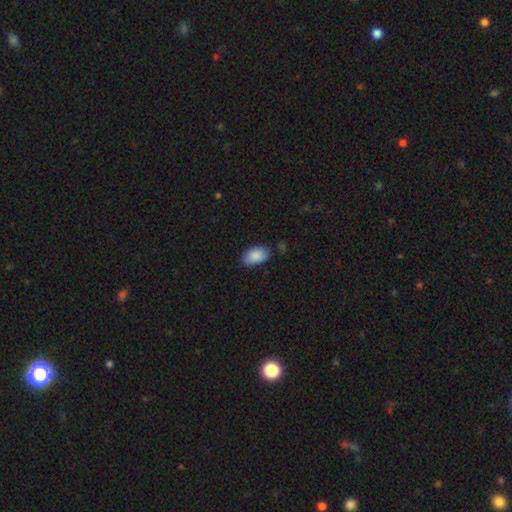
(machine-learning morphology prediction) The model was most divided on "merging": none: 74%, minor disturbance: 21%, major disturbance: 4%, merger: 2%. More confident: how rounded — in between (93%); smooth or featured — smooth (87%).